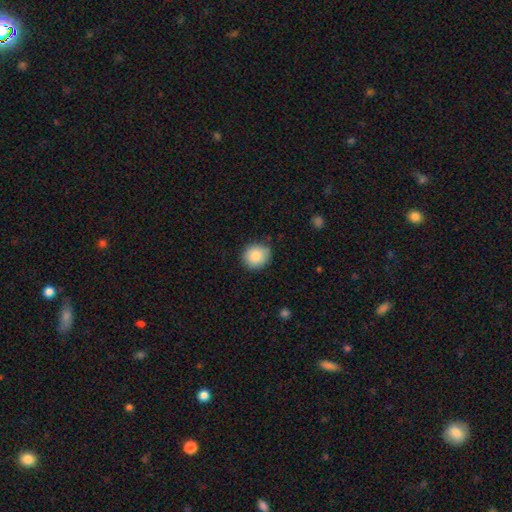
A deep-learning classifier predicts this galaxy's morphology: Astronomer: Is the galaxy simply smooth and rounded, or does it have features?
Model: smooth — 86%.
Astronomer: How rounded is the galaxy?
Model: round — 87%.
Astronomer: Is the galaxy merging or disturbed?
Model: none — 84%.